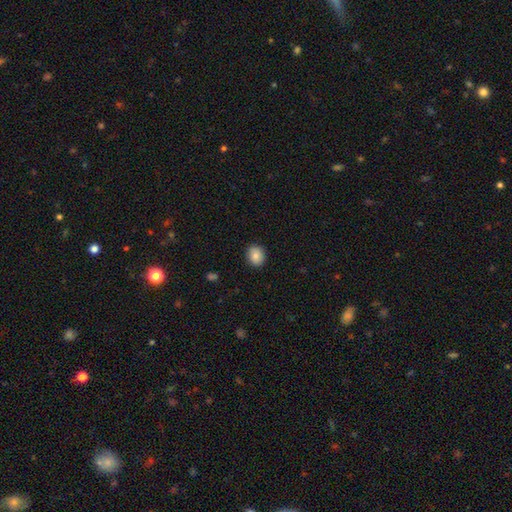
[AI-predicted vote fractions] A smooth galaxy with no disk features (84%) that is round (68%).

Vote fractions:
- Smooth or featured? smooth: 84% / star or artifact: 8% / featured or disk: 8%
- How rounded? round: 68% / in between: 31% / cigar-shaped: 1%
- Merging? none: 89% / minor disturbance: 8% / major disturbance: 2% / merger: 1%